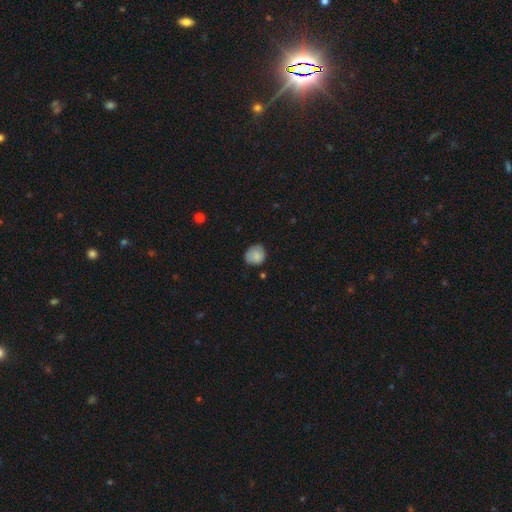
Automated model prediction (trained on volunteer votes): A smooth galaxy with no disk features (82%) that is round (77%). Merging: none (68%).